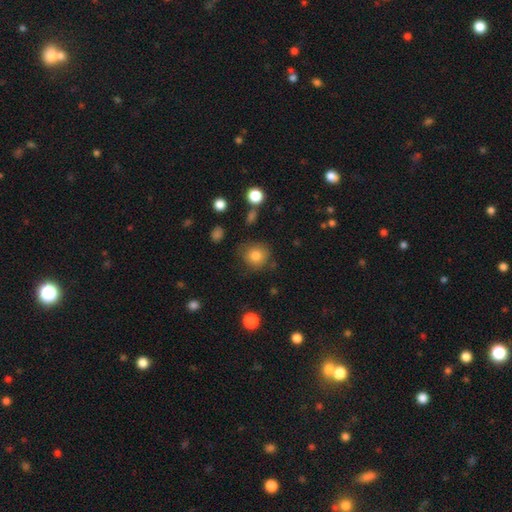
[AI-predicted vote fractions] smooth-or-featured: smooth: 81% | star or artifact: 11% | featured or disk: 8%
  how-rounded: round: 86% | in between: 13% | cigar-shaped: 1%
  merging: none: 77% | minor disturbance: 15% | major disturbance: 5% | merger: 3%